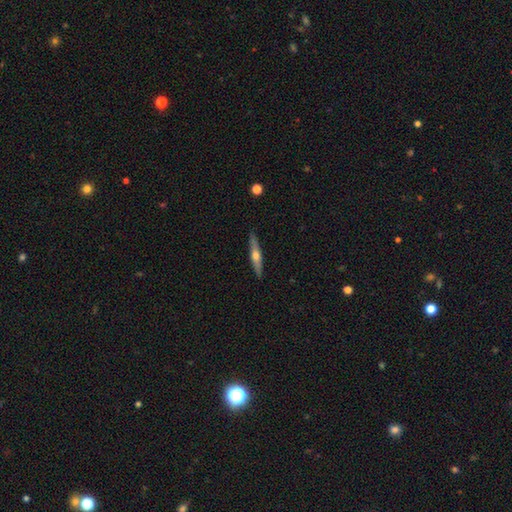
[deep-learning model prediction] Morphology: type=featured or disk (59%); edge-on=yes (95%); edge-on bulge=rounded (91%); merging=none (89%).